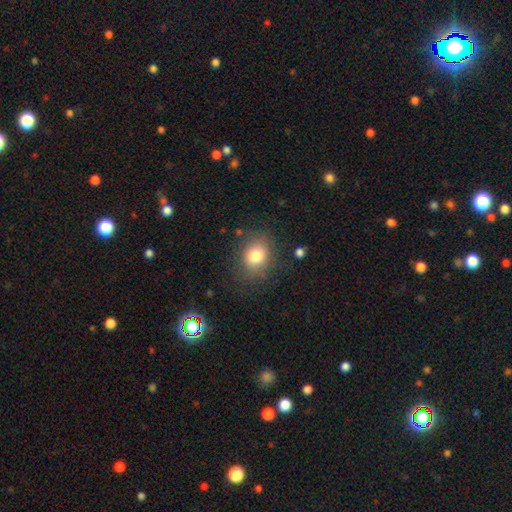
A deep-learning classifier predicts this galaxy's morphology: Smooth or featured?
  - smooth: 79% *
  - star or artifact: 11%
  - featured or disk: 10%
How rounded?
  - round: 56% *
  - in between: 43%
  - cigar-shaped: 1%
Merging?
  - none: 79% *
  - minor disturbance: 13%
  - major disturbance: 5%
  - merger: 2%